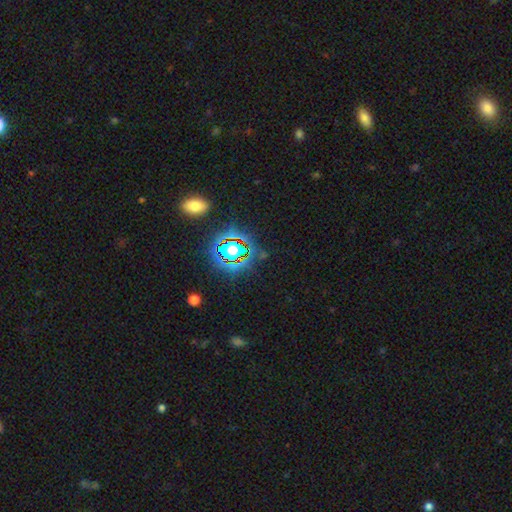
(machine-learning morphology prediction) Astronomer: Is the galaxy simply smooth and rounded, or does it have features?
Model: star or artifact — 77%.